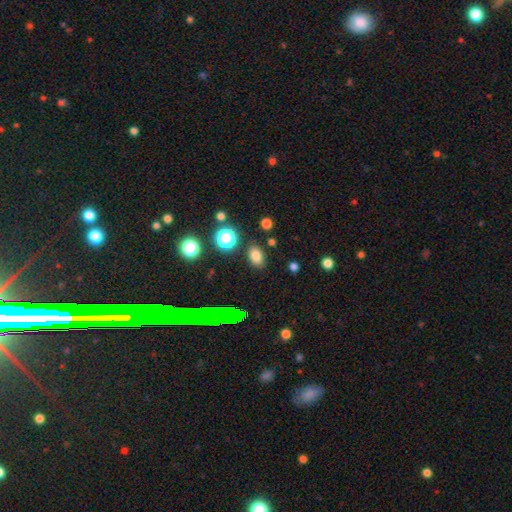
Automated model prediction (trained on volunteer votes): Smooth or featured? smooth (78%)
How rounded? in between (82%)
Merging? none (83%)